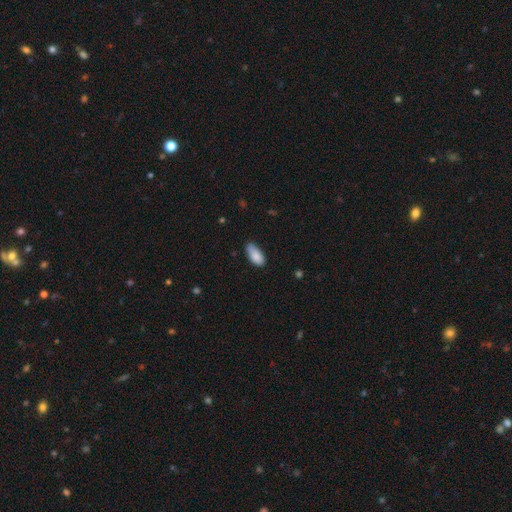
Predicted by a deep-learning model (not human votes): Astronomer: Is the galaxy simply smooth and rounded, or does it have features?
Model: smooth — 87%.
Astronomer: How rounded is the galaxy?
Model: in between — 90%.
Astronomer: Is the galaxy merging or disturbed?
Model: none — 69%.